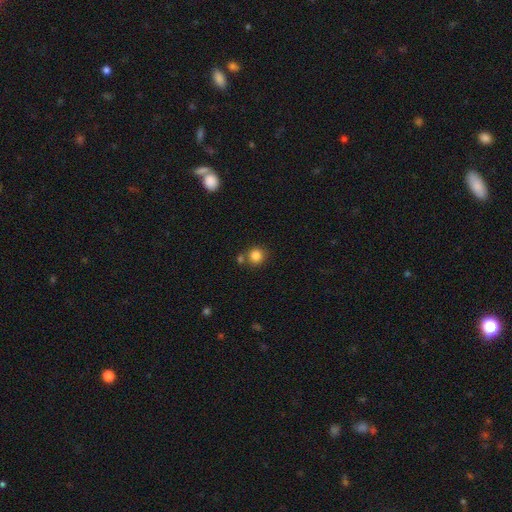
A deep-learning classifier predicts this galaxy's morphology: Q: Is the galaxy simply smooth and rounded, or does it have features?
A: smooth — 85%.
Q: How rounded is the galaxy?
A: round — 90%.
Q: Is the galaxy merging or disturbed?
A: none — 72%.